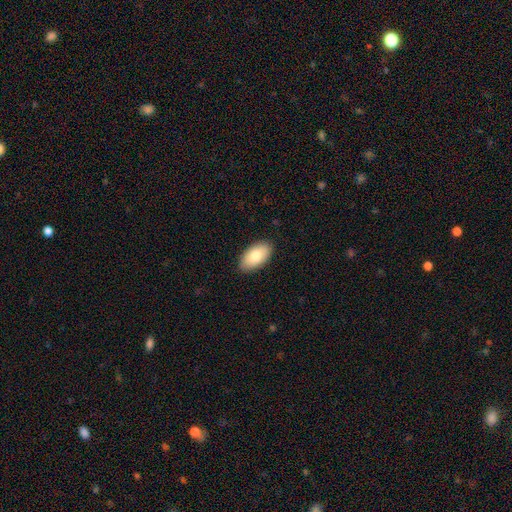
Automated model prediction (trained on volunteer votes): A smooth galaxy with no disk features (80%) that is in between round and cigar-shaped (95%).

Vote fractions:
- Smooth or featured? smooth: 80% / featured or disk: 14% / star or artifact: 6%
- How rounded? in between: 95% / round: 3% / cigar-shaped: 2%
- Merging? none: 87% / minor disturbance: 10% / major disturbance: 2% / merger: 1%